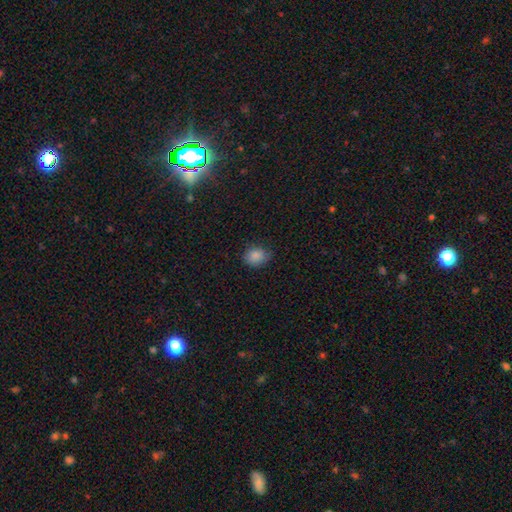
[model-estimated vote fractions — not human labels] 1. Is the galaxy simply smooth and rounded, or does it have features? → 86% smooth, 10% star or artifact, 4% featured or disk.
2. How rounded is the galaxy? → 56% round, 43% in between, 1% cigar-shaped.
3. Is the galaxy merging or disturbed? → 72% none, 23% minor disturbance, 4% major disturbance, 1% merger.